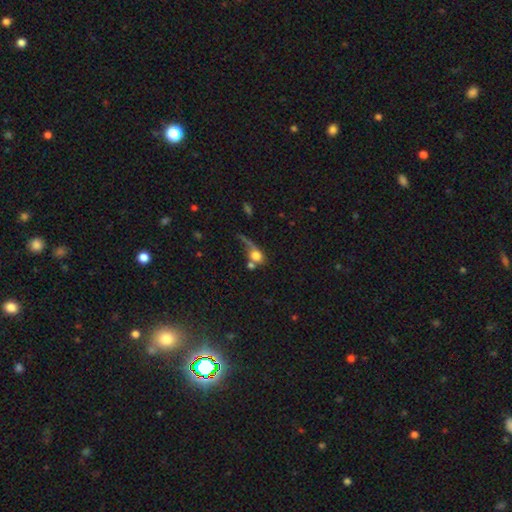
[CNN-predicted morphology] smooth_or_featured: smooth (p=0.66) [alt: featured or disk p=0.23]
how_rounded: round (p=0.60) [alt: in between p=0.34]
merging: merger (p=0.33) [alt: major disturbance p=0.30]